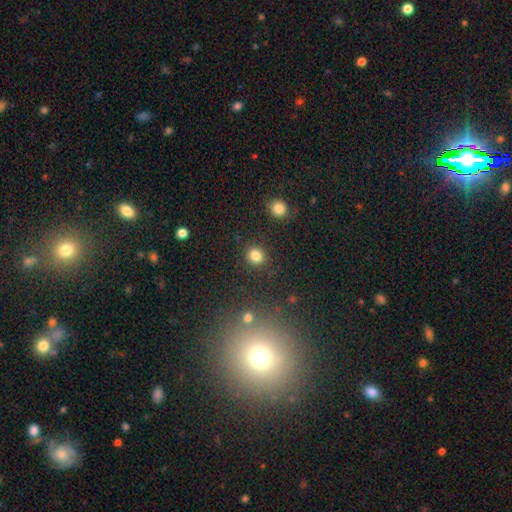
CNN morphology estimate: smooth_or_featured: smooth (p=0.84) [alt: star or artifact p=0.12]
how_rounded: round (p=0.82) [alt: in between p=0.17]
merging: none (p=0.88) [alt: minor disturbance p=0.07]